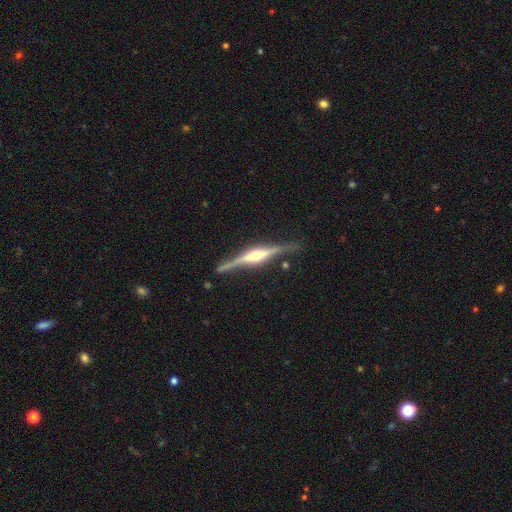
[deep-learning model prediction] featured or disk 86%, smooth 10%, star or artifact 5%. Down the decision tree: edge-on disk — yes (98%); edge-on bulge — rounded (76%); merging — none (84%).